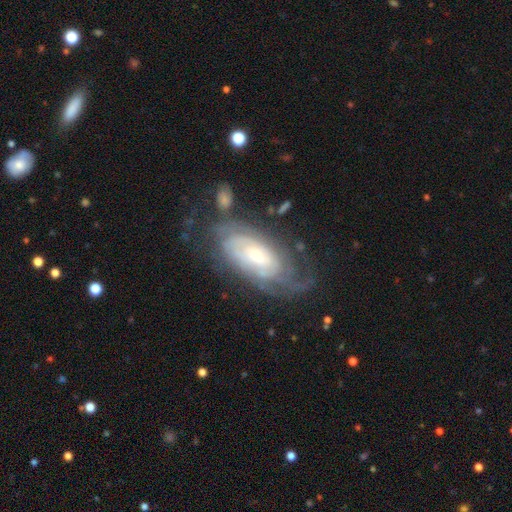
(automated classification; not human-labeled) Q: Smooth or featured?
A: featured or disk (80%); runner-up: smooth (14%)
Q: Edge-on disk?
A: no (93%); runner-up: yes (7%)
Q: Bar?
A: no (67%); runner-up: weak (27%)
Q: Spiral arms?
A: yes (91%); runner-up: no (9%)
Q: Spiral winding?
A: tight (72%); runner-up: medium (21%)
Q: Spiral arm count?
A: can't tell (54%); runner-up: 2 (17%)
Q: Bulge size?
A: small (49%); runner-up: moderate (42%)
Q: Merging?
A: none (60%); runner-up: minor disturbance (21%)